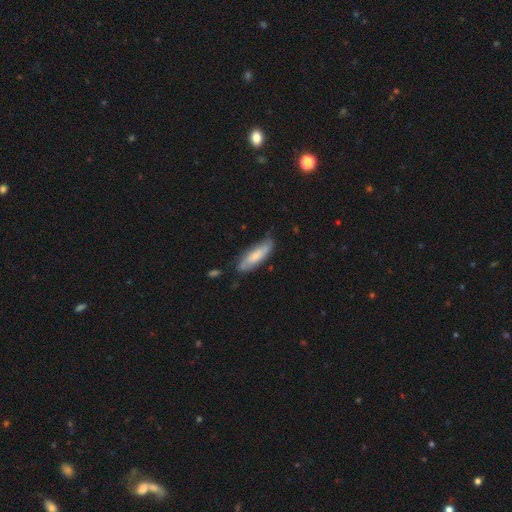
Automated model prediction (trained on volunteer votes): Morphology: type=smooth (63%); roundness=cigar-shaped (52%); merging=none (69%).